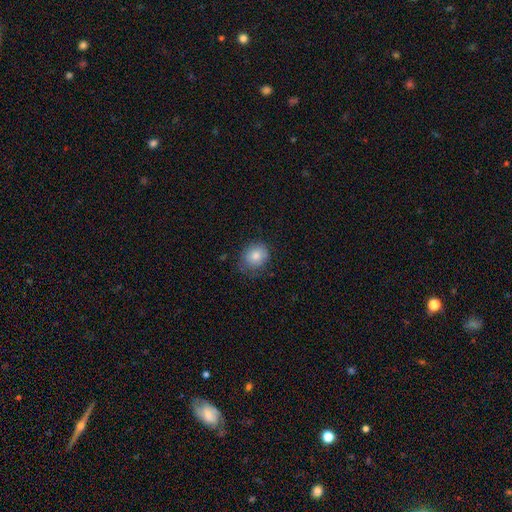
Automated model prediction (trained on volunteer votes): Overall: smooth (80%). How rounded: round (65%; in between 34%). Merging: none (70%).